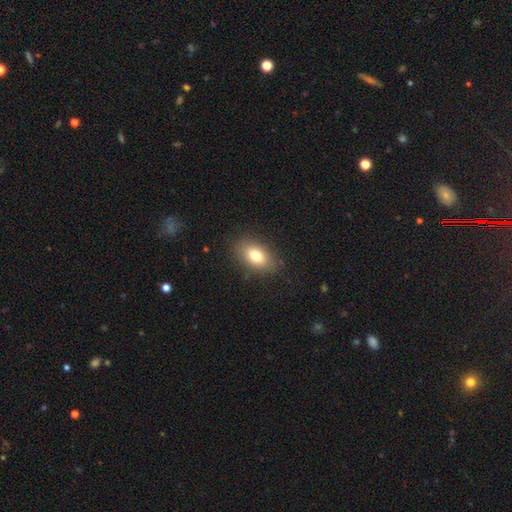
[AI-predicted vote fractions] Morphology: type=smooth (78%); roundness=in between (87%); merging=none (86%).